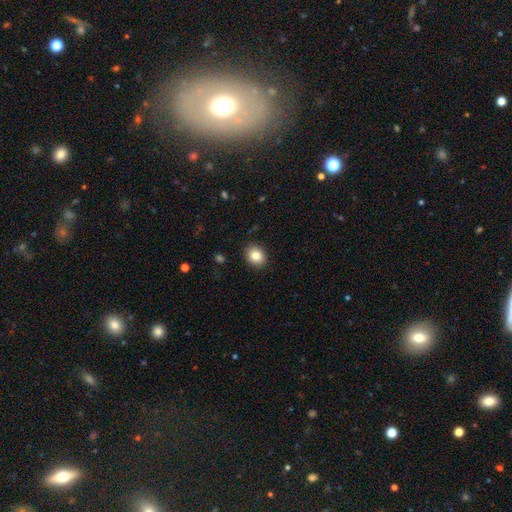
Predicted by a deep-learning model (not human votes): This appears to be a smooth galaxy with no disk features (85%) that is round (56%). Merging: none (90%).